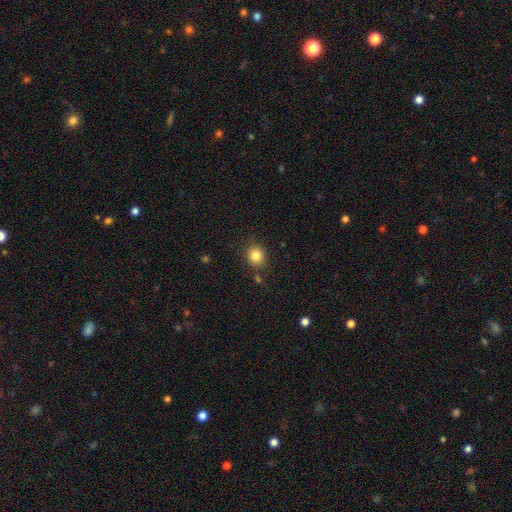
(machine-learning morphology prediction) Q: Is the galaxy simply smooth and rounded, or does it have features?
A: smooth — 84%.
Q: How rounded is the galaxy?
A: round — 78%.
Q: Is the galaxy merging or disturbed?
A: none — 84%.